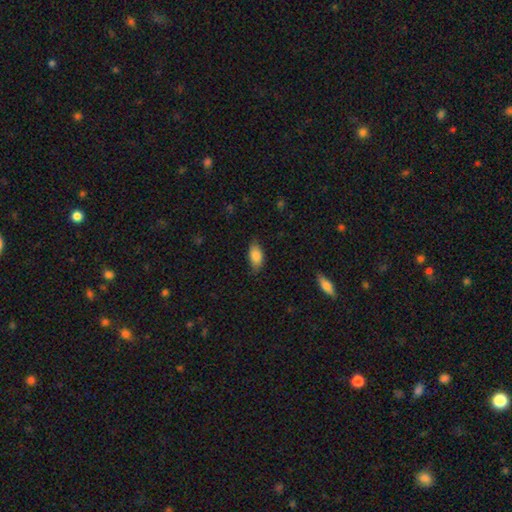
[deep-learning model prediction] Smooth or featured? smooth (84%)
How rounded? in between (91%)
Merging? none (76%)